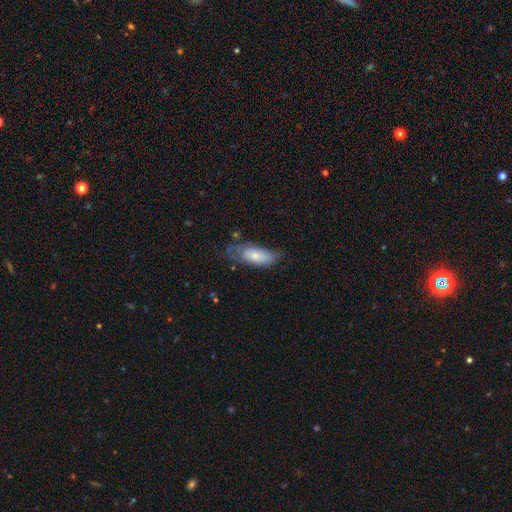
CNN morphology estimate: This appears to be a smooth galaxy with no disk features (68%) that is in between round and cigar-shaped (81%). Merging: none (45%).